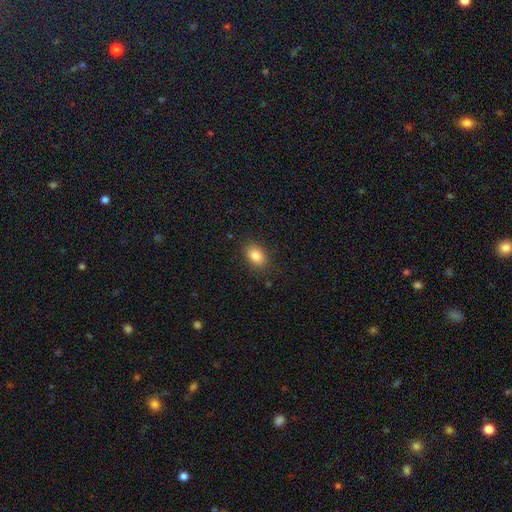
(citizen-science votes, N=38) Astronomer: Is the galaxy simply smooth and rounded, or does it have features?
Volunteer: smooth — 79%.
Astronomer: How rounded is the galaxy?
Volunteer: in between — 87%.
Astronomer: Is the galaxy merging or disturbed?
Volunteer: none — 94%.